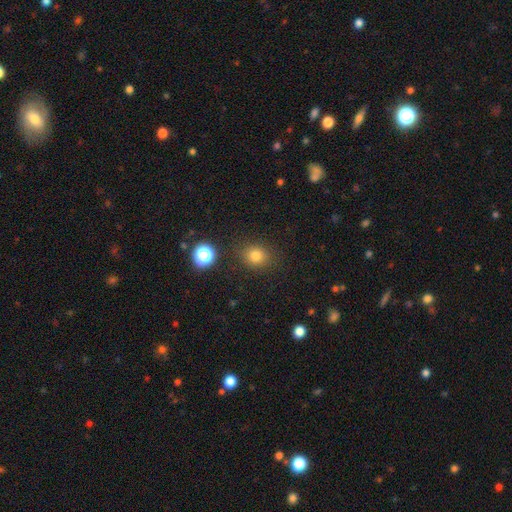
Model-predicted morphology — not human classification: This appears to be a smooth galaxy with no disk features (79%) that is round (70%). Merging: none (85%).